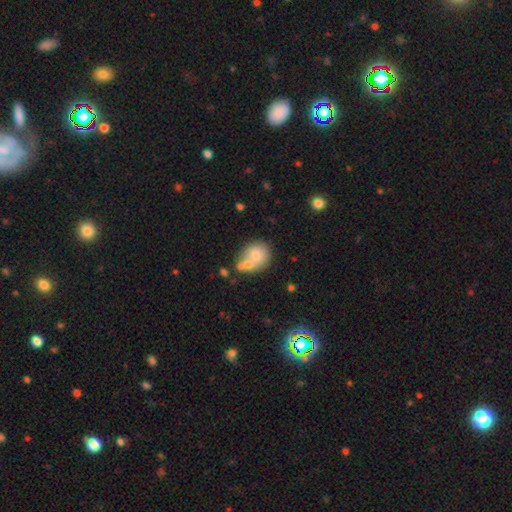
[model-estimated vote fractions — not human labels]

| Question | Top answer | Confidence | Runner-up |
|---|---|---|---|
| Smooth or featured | smooth | 70% | featured or disk (22%) |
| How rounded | round | 69% | in between (30%) |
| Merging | merger | 54% | none (30%) |